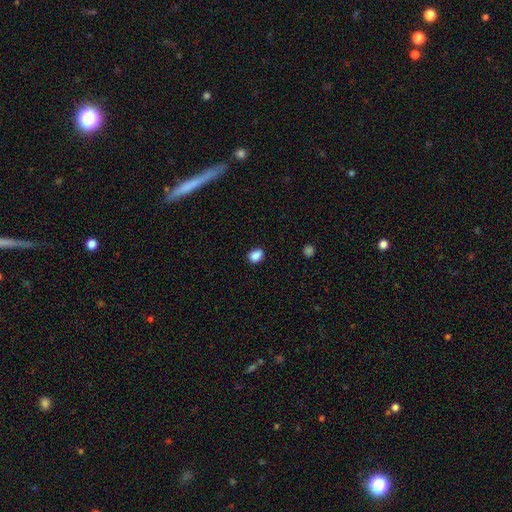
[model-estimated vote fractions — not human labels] smooth_or_featured: smooth (p=0.87) [alt: star or artifact p=0.09]
how_rounded: in between (p=0.59) [alt: round p=0.40]
merging: none (p=0.84) [alt: minor disturbance p=0.12]